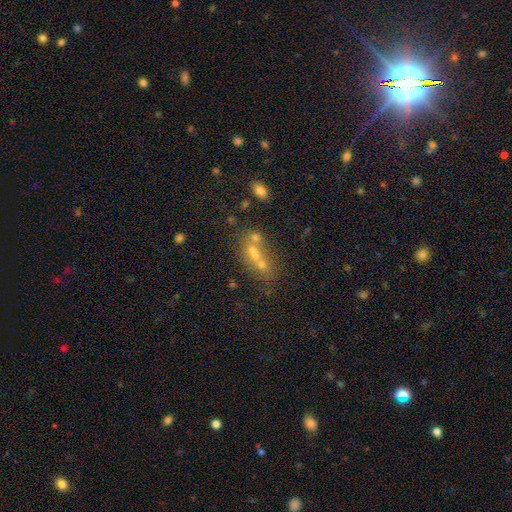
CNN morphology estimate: This appears to be a smooth galaxy with no disk features (46%). Merging: merger (47%).